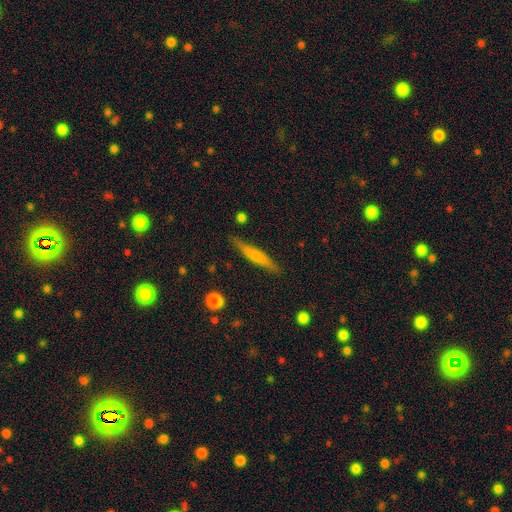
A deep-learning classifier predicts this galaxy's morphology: This is possibly a smooth galaxy (52%). How rounded: clearly cigar-shaped (92%). Merging: clearly none (85%).